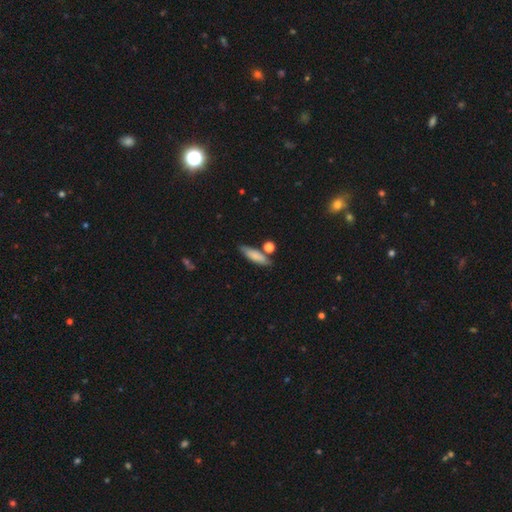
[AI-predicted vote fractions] smooth-or-featured: smooth: 79% | featured or disk: 14% | star or artifact: 7%
  how-rounded: cigar-shaped: 56% | in between: 41% | round: 3%
  merging: none: 73% | minor disturbance: 14% | merger: 9% | major disturbance: 4%